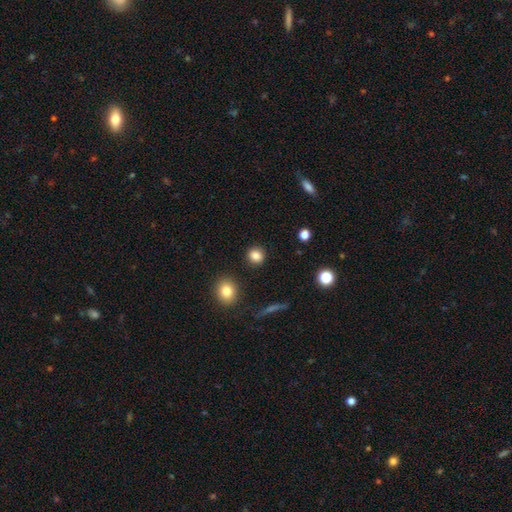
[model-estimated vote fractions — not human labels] smooth-or-featured: smooth: 85% | star or artifact: 11% | featured or disk: 5%
  how-rounded: round: 85% | in between: 13% | cigar-shaped: 1%
  merging: none: 90% | minor disturbance: 6% | major disturbance: 2% | merger: 2%